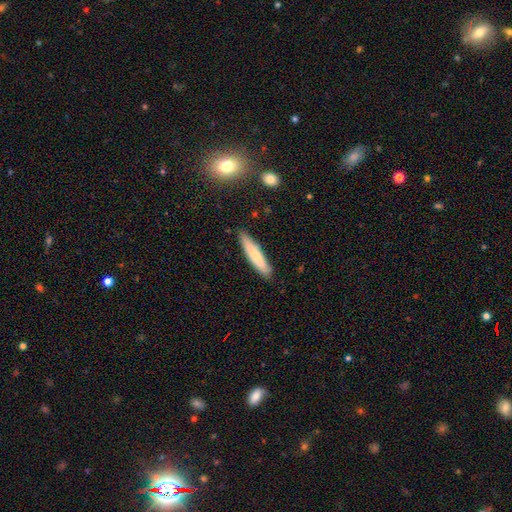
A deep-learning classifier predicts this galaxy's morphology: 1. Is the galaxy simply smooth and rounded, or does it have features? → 71% smooth, 23% featured or disk, 6% star or artifact.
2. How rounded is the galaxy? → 85% cigar-shaped, 14% in between, 1% round.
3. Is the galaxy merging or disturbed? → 87% none, 10% minor disturbance, 2% major disturbance, 1% merger.